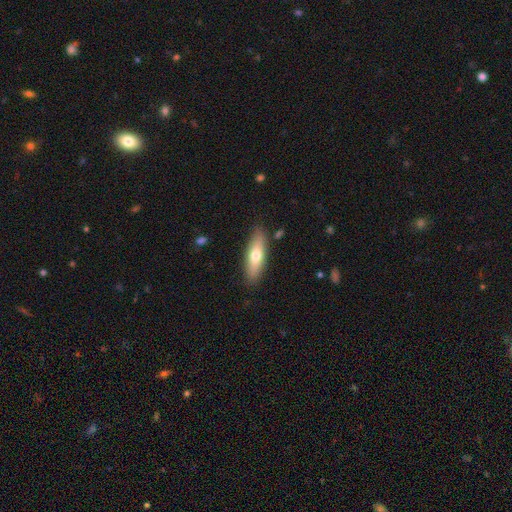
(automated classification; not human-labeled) Overall: smooth (65%; featured or disk 29%). How rounded: in between (50%; cigar-shaped 48%). Merging: none (86%).